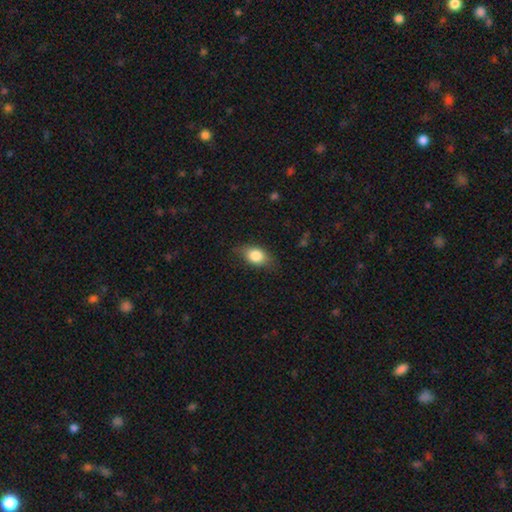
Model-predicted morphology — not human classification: This is clearly a smooth galaxy (80%). How rounded: likely in between (78%). Merging: likely none (73%).